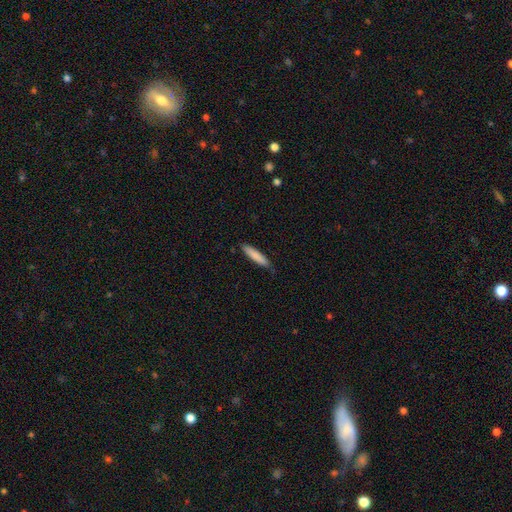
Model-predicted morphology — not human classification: A smooth galaxy with no disk features (84%) that is cigar-shaped (85%). Merging: none (81%).